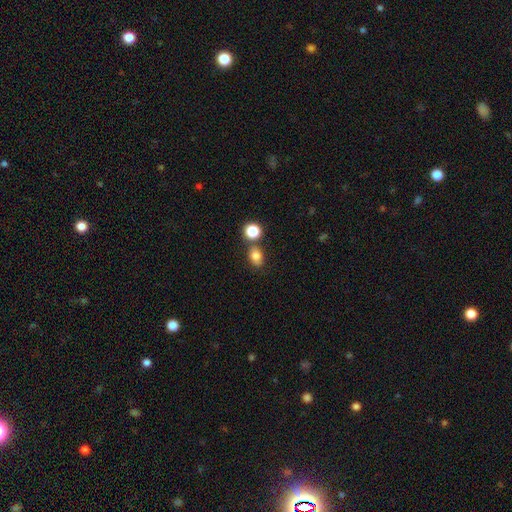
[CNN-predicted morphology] Smooth or featured?
  - smooth: 80% *
  - star or artifact: 13%
  - featured or disk: 7%
How rounded?
  - in between: 65% *
  - round: 34%
  - cigar-shaped: 1%
Merging?
  - none: 68% *
  - merger: 17%
  - minor disturbance: 12%
  - major disturbance: 4%